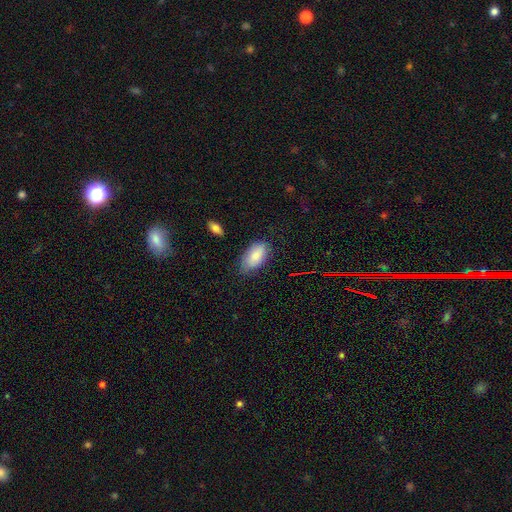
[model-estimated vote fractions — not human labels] smooth_or_featured: smooth (p=0.84) [alt: featured or disk p=0.10]
how_rounded: in between (p=0.94) [alt: cigar-shaped p=0.03]
merging: none (p=0.70) [alt: minor disturbance p=0.24]